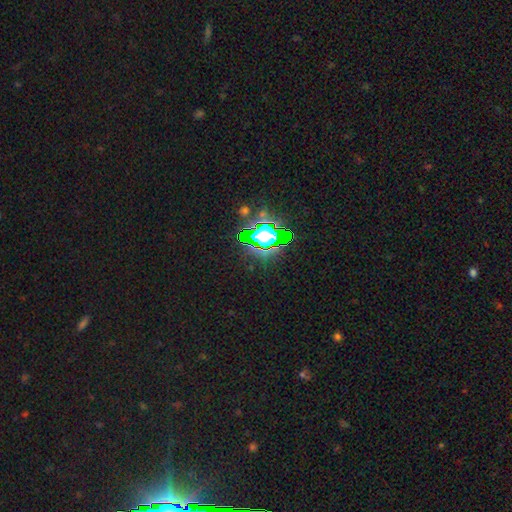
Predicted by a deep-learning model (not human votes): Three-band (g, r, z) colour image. It shows a star or artifact, not a galaxy (78%).